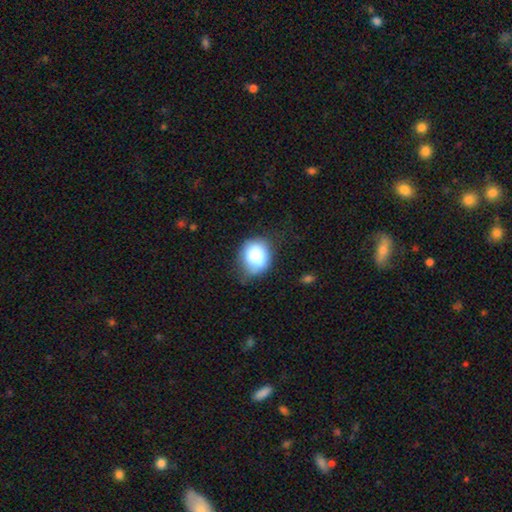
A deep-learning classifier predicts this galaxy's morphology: This is clearly a smooth galaxy (82%). How rounded: likely round (62%). Merging: likely none (61%).